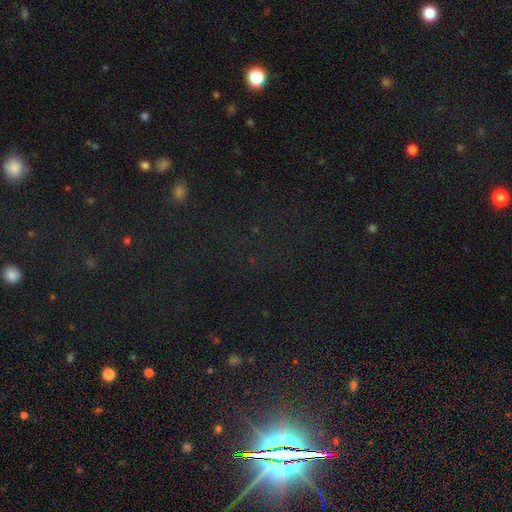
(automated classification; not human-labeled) Smooth or featured: star or artifact — 81% (smooth — 10%)